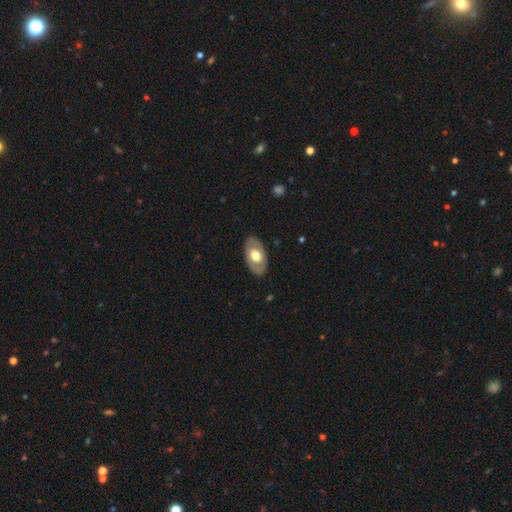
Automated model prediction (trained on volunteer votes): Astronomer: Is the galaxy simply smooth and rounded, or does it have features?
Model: smooth — 49% (runner-up: featured or disk, 46%).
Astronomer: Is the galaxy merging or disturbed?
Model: none — 85%.